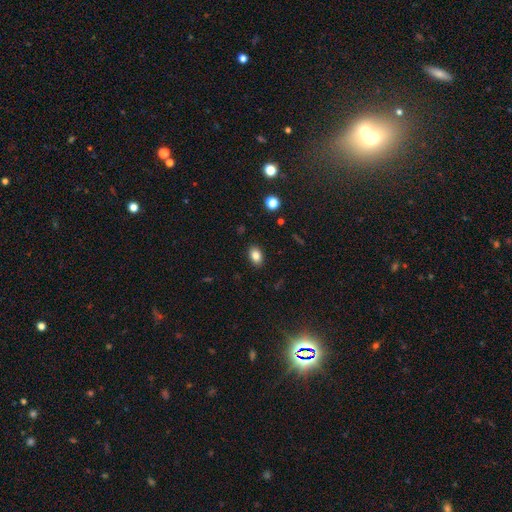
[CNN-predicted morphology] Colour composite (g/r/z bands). It shows a smooth galaxy with no disk features (83%) that is in between round and cigar-shaped (85%). Merging: none (88%).